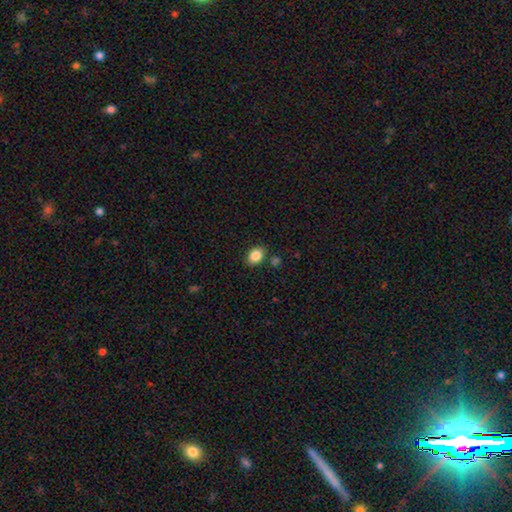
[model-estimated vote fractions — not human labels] Smooth or featured? Predicted: smooth (p=0.86). How rounded? Predicted: in between (p=0.71). Merging? Predicted: none (p=0.82).